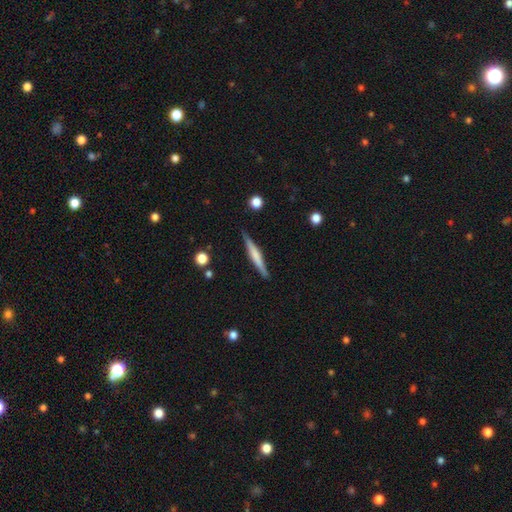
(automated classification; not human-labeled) smooth_or_featured: featured or disk (p=0.55) [alt: smooth p=0.39]
disk_edge_on: yes (p=0.97) [alt: no p=0.03]
edge_on_bulge: rounded (p=0.42) [alt: none p=0.32]
merging: none (p=0.88) [alt: minor disturbance p=0.09]